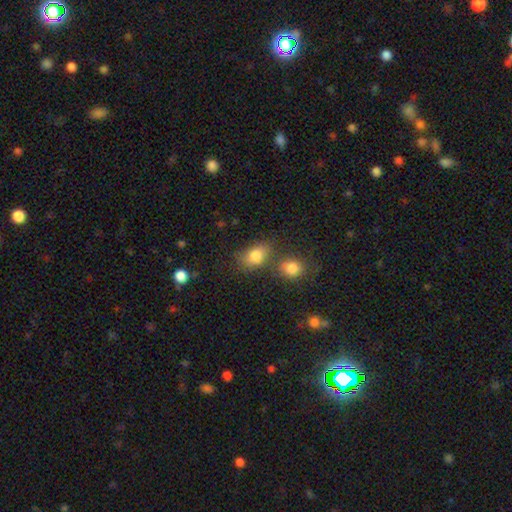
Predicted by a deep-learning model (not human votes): A smooth galaxy with no disk features (81%) that is in between round and cigar-shaped (77%).

Vote fractions:
- Smooth or featured? smooth: 81% / star or artifact: 10% / featured or disk: 8%
- How rounded? in between: 77% / round: 22% / cigar-shaped: 2%
- Merging? none: 56% / merger: 24% / minor disturbance: 15% / major disturbance: 6%